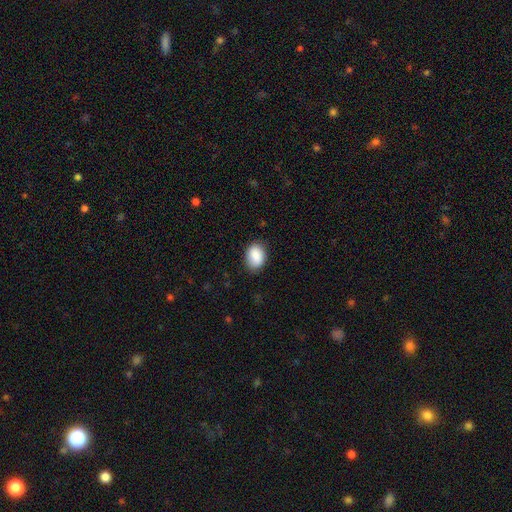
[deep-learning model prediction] The model was most divided on "how rounded": in between: 77%, round: 22%, cigar-shaped: 1%. More confident: smooth or featured — smooth (89%); merging — none (81%).